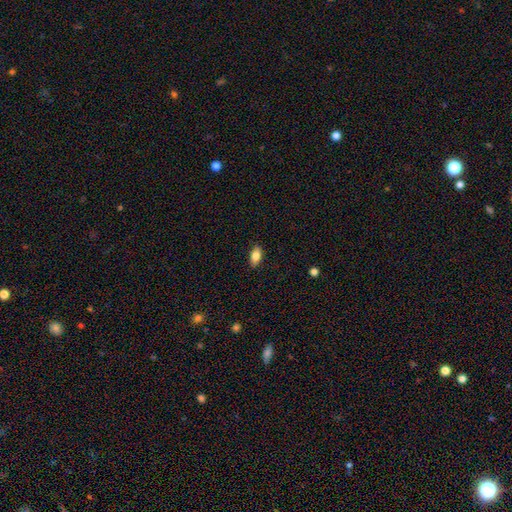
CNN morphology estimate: This appears to be a smooth galaxy with no disk features (82%) that is in between round and cigar-shaped (89%). Merging: none (88%).